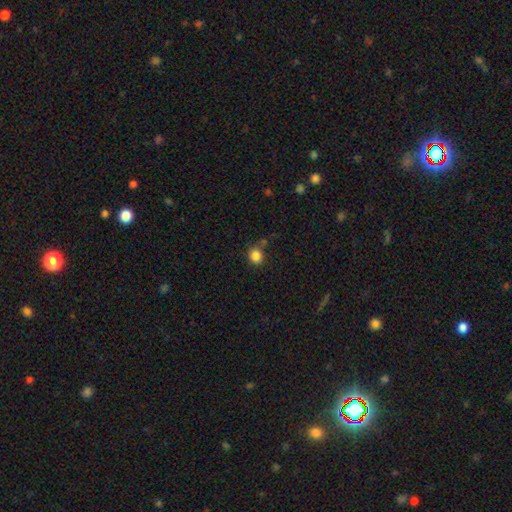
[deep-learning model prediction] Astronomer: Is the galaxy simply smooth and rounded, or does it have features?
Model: smooth — 85%.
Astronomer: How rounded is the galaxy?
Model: round — 80%.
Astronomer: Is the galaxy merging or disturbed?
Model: none — 71%.